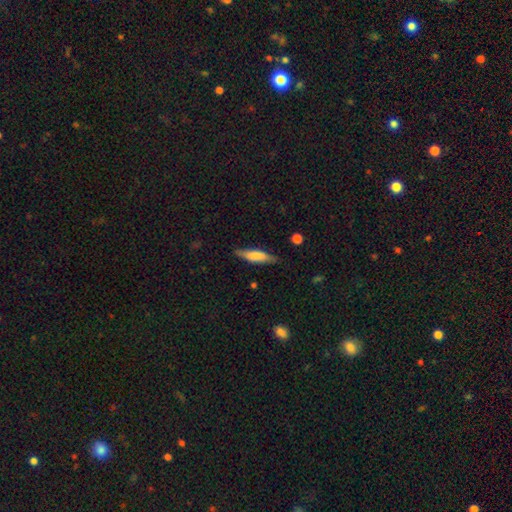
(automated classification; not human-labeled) This is likely a smooth galaxy (67%). How rounded: likely cigar-shaped (75%). Merging: clearly none (82%).